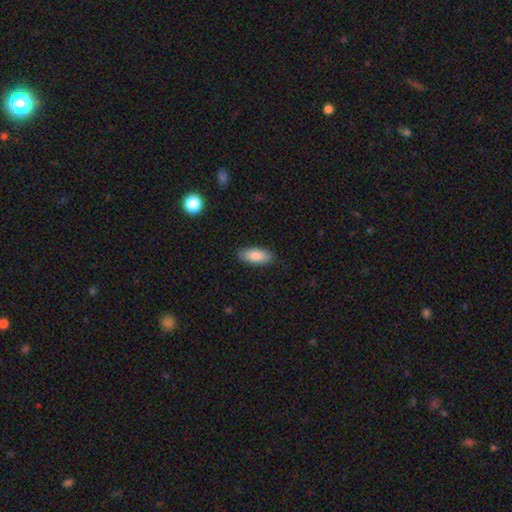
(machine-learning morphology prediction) Smooth or featured?
  - smooth: 85% *
  - featured or disk: 9%
  - star or artifact: 6%
How rounded?
  - in between: 85% *
  - cigar-shaped: 13%
  - round: 2%
Merging?
  - none: 87% *
  - minor disturbance: 10%
  - major disturbance: 2%
  - merger: 1%